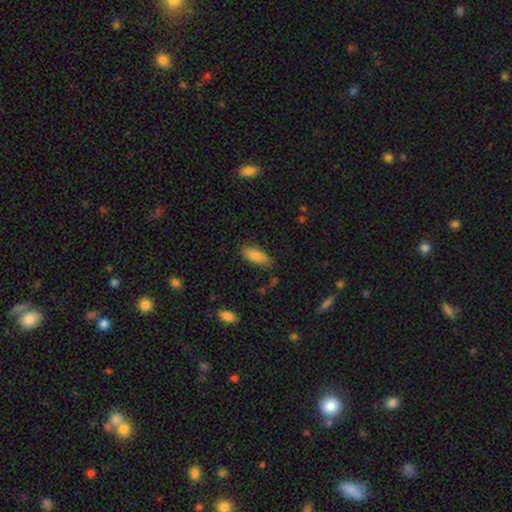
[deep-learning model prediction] A smooth galaxy with no disk features (85%) that is in between round and cigar-shaped (78%). Merging: none (76%).